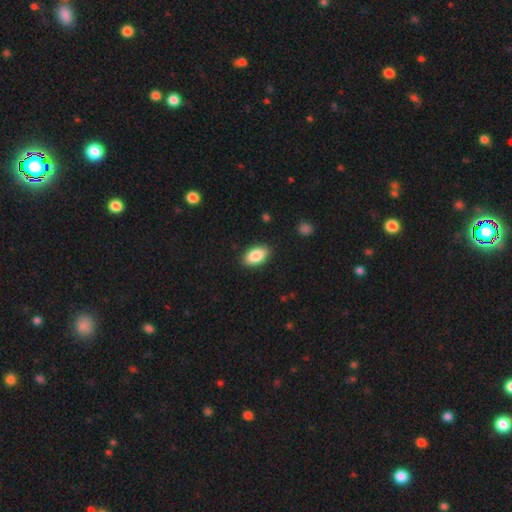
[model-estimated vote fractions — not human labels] Smooth or featured?
  - smooth: 87% *
  - star or artifact: 7%
  - featured or disk: 7%
How rounded?
  - in between: 93% *
  - round: 5%
  - cigar-shaped: 2%
Merging?
  - none: 88% *
  - minor disturbance: 9%
  - major disturbance: 2%
  - merger: 1%